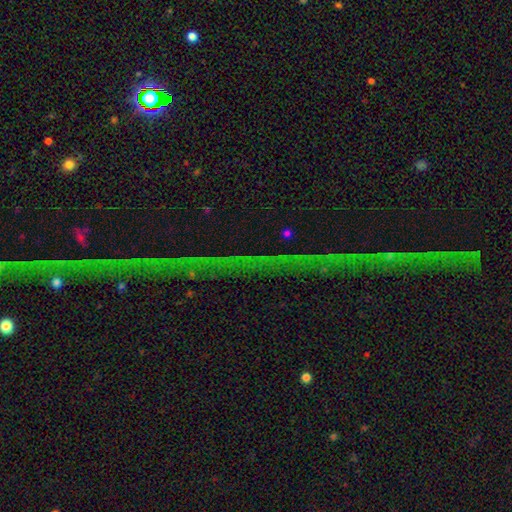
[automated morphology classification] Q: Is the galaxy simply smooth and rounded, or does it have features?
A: star or artifact — 77%.